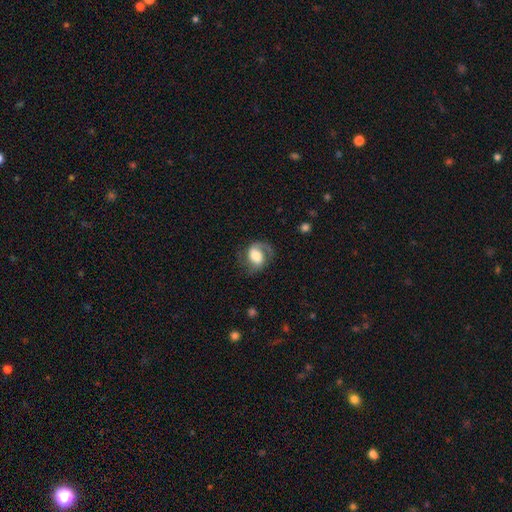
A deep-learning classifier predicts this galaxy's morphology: Q: Smooth or featured?
A: featured or disk (68%); runner-up: smooth (25%)
Q: Edge-on disk?
A: no (97%); runner-up: yes (3%)
Q: Bar?
A: no (45%); runner-up: weak (39%)
Q: Spiral arms?
A: yes (92%); runner-up: no (8%)
Q: Spiral winding?
A: medium (48%); runner-up: loose (32%)
Q: Spiral arm count?
A: 2 (70%); runner-up: 1 (22%)
Q: Bulge size?
A: moderate (41%); runner-up: large (38%)
Q: Merging?
A: none (63%); runner-up: minor disturbance (19%)